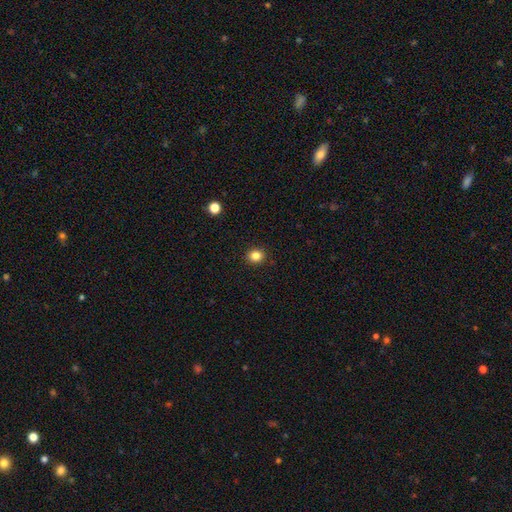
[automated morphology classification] A smooth galaxy with no disk features (84%) that is round (77%).

Vote fractions:
- Smooth or featured? smooth: 84% / star or artifact: 12% / featured or disk: 5%
- How rounded? round: 77% / in between: 22% / cigar-shaped: 1%
- Merging? none: 92% / minor disturbance: 6% / major disturbance: 2% / merger: 1%